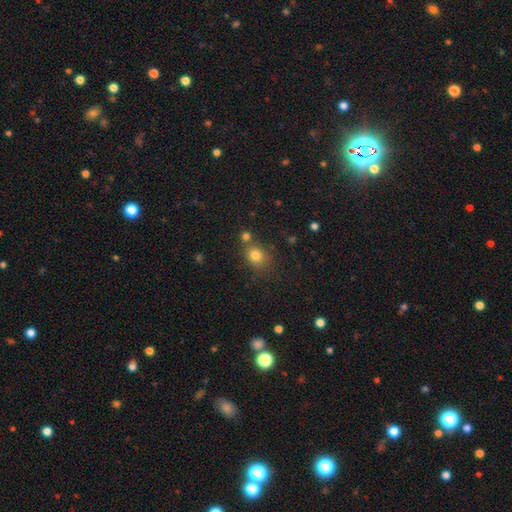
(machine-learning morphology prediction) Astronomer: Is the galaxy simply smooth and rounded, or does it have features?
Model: smooth — 79%.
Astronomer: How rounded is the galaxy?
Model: round — 66%.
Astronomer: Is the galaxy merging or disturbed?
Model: none — 66%.